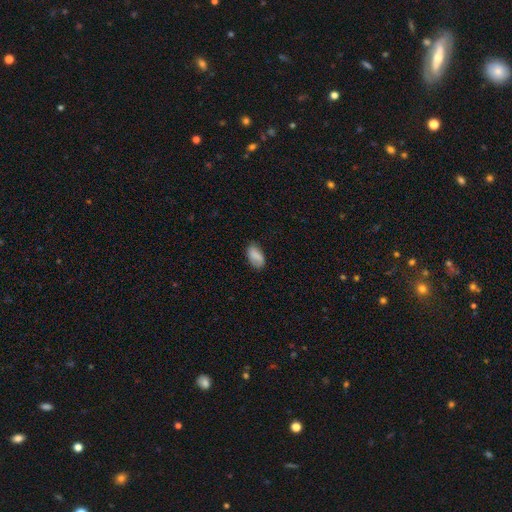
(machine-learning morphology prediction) Smooth or featured? smooth (82%)
How rounded? in between (93%)
Merging? none (72%)